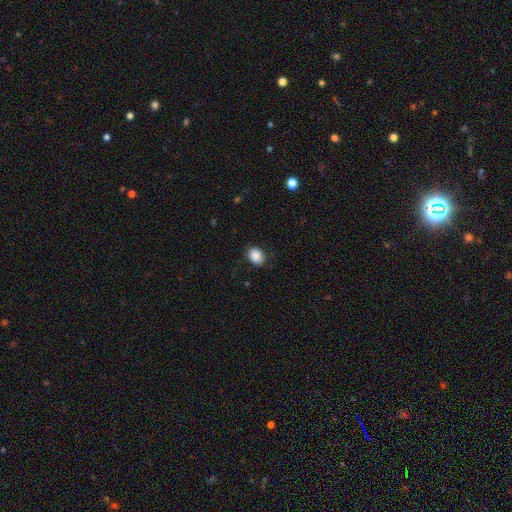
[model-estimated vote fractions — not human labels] A smooth galaxy with no disk features (89%) that is in between round and cigar-shaped (56%).

Vote fractions:
- Smooth or featured? smooth: 89% / star or artifact: 8% / featured or disk: 3%
- How rounded? in between: 56% / round: 43% / cigar-shaped: 1%
- Merging? none: 86% / minor disturbance: 10% / major disturbance: 3% / merger: 1%